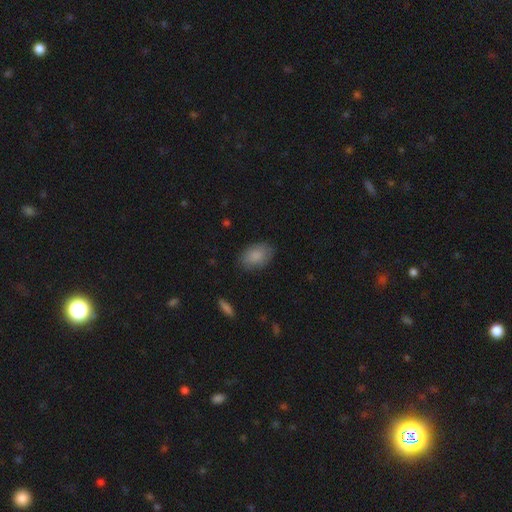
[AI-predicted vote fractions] Smooth or featured? Predicted: smooth (p=0.87). How rounded? Predicted: in between (p=0.86). Merging? Predicted: none (p=0.83).